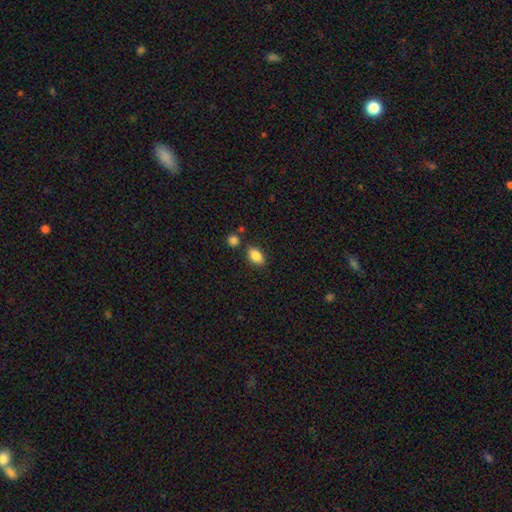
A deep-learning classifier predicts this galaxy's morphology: This appears to be a smooth galaxy with no disk features (86%) that is in between round and cigar-shaped (89%). Merging: none (79%).